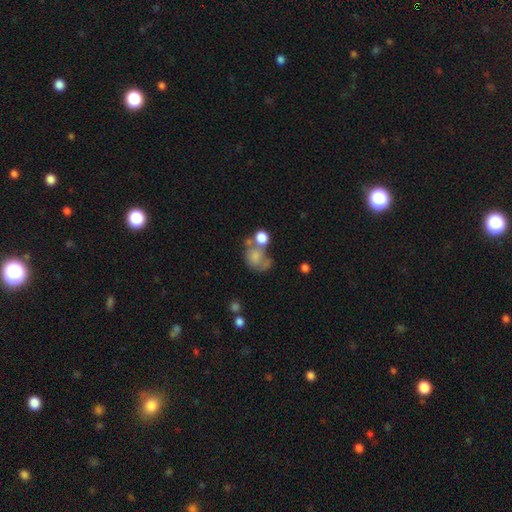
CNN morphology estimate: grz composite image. It shows a smooth galaxy with no disk features (68%) that is round (56%). Merging: merger (40%).